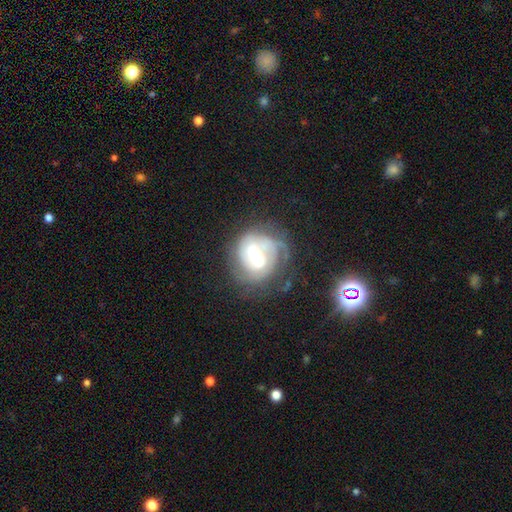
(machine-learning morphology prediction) Smooth or featured: featured or disk — 71% (smooth — 21%)
Edge-on disk: no — 97% (yes — 3%)
Bar: strong — 48% (weak — 38%)
Spiral arms: yes — 82% (no — 18%)
Spiral winding: tight — 55% (medium — 32%)
Spiral arm count: can't tell — 35% (2 — 33%)
Bulge size: moderate — 37% (large — 31%)
Merging: none — 49% (major disturbance — 24%)